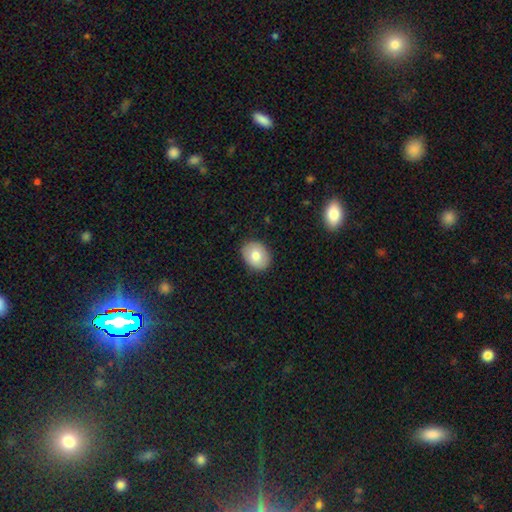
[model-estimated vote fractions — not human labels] Morphology: type=smooth (75%); roundness=in between (56%); merging=none (87%).